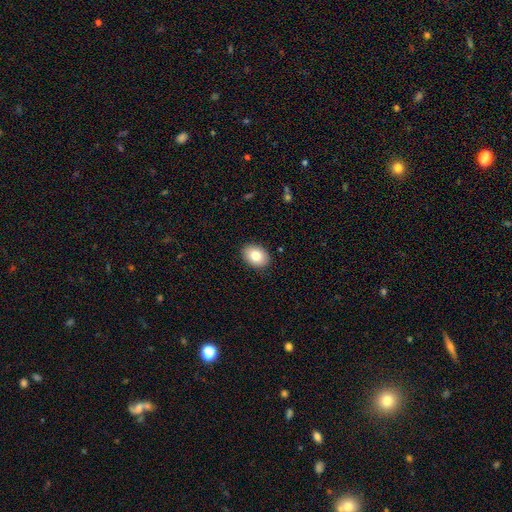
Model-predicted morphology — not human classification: Smooth or featured: smooth — 82% (featured or disk — 10%)
How rounded: in between — 74% (round — 25%)
Merging: none — 89% (minor disturbance — 8%)